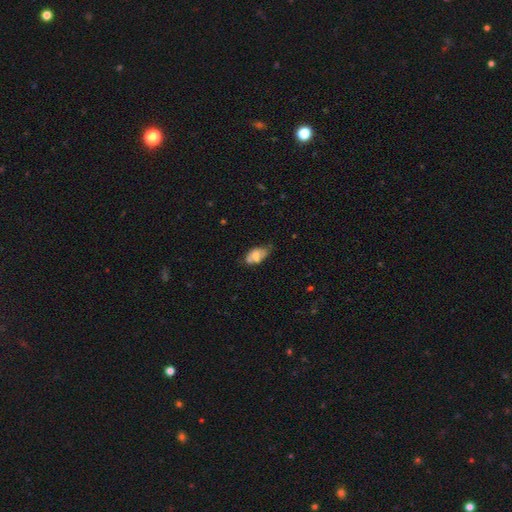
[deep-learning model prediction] This appears to be a smooth galaxy with no disk features (54%) that is in between round and cigar-shaped (90%). Merging: none (43%).